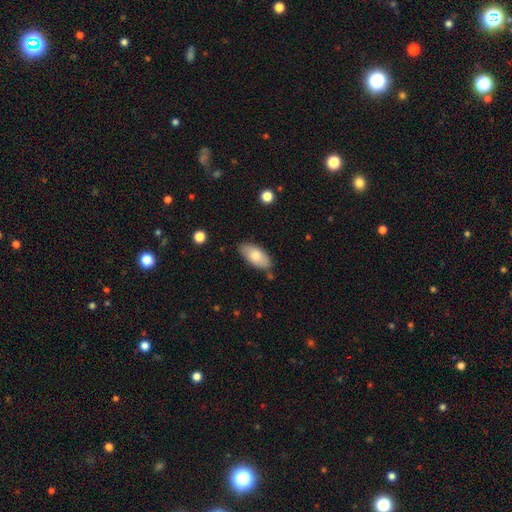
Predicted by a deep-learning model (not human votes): Overall: smooth (75%). How rounded: in between (92%). Merging: none (80%).